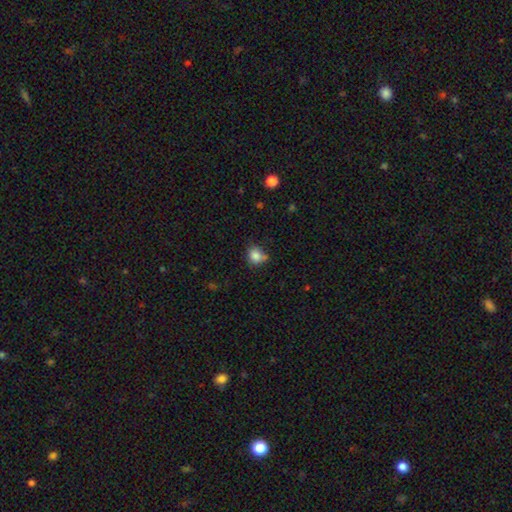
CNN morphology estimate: This is clearly a smooth galaxy (82%). How rounded: likely round (71%). Merging: possibly none (56%).